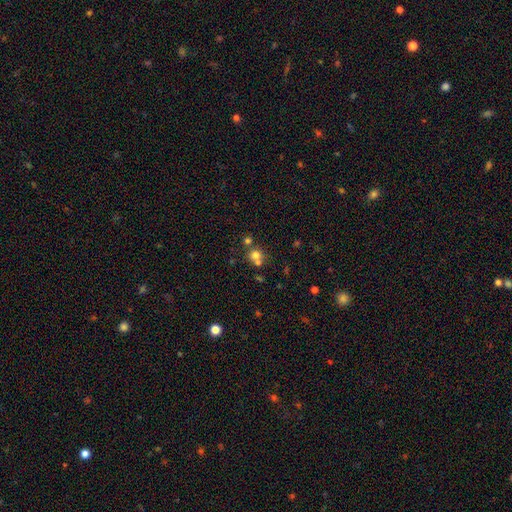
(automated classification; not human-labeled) smooth 70%, star or artifact 18%, featured or disk 13%. Down the decision tree: how rounded — round (86%); merging — none (51%).